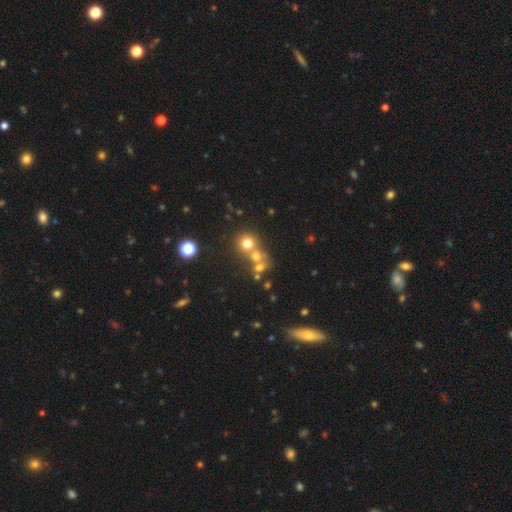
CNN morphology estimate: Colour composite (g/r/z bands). It shows a smooth galaxy with no disk features (56%) that is round (82%). Merging: merger (45%).